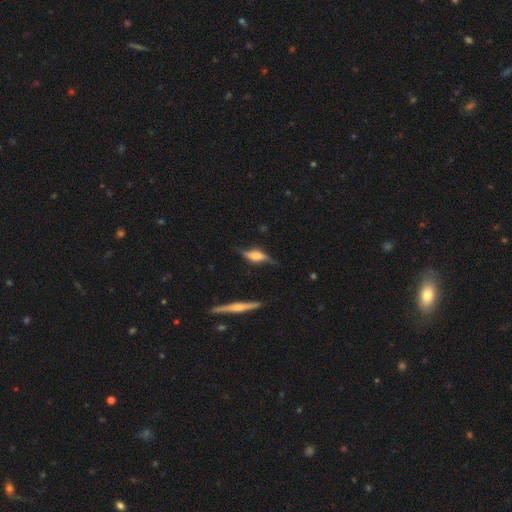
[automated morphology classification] Smooth or featured? Predicted: featured or disk (p=0.66). Edge-on disk? Predicted: yes (p=0.80). Edge-on bulge? Predicted: rounded (p=0.79). Merging? Predicted: none (p=0.62).